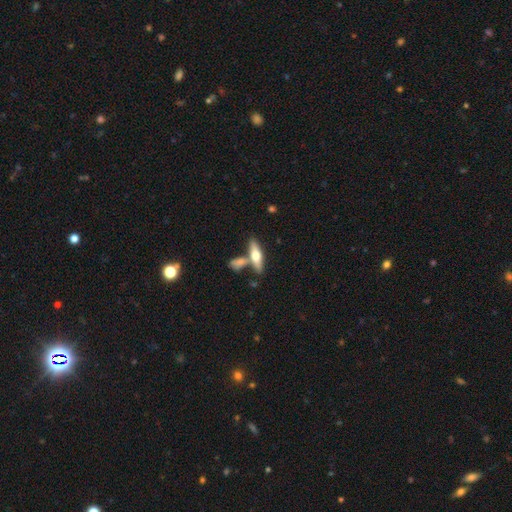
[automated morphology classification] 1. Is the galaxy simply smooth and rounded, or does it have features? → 54% smooth, 40% featured or disk, 6% star or artifact.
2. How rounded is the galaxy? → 56% cigar-shaped, 41% in between, 3% round.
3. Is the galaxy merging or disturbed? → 59% none, 26% merger, 11% minor disturbance, 4% major disturbance.